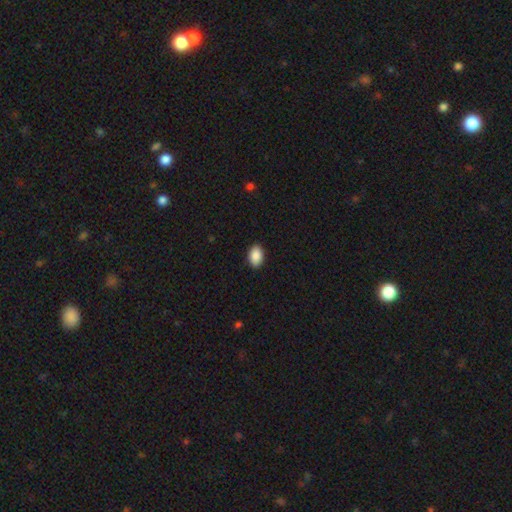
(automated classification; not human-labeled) Smooth or featured: smooth — 90% (star or artifact — 7%)
How rounded: in between — 88% (round — 10%)
Merging: none — 90% (minor disturbance — 7%)